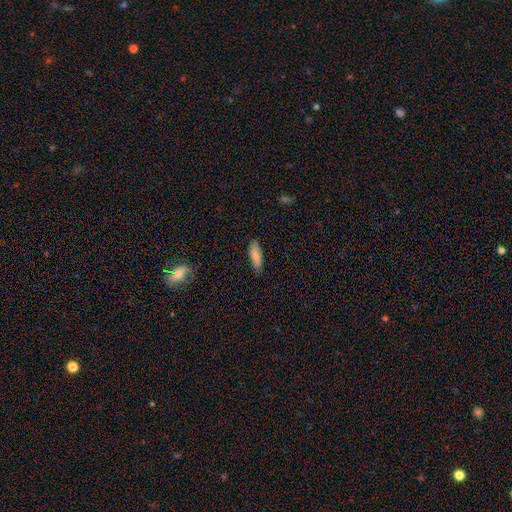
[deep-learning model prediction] smooth-or-featured: smooth: 83% | featured or disk: 10% | star or artifact: 7%
  how-rounded: in between: 52% | cigar-shaped: 46% | round: 2%
  merging: none: 83% | minor disturbance: 13% | major disturbance: 2% | merger: 1%